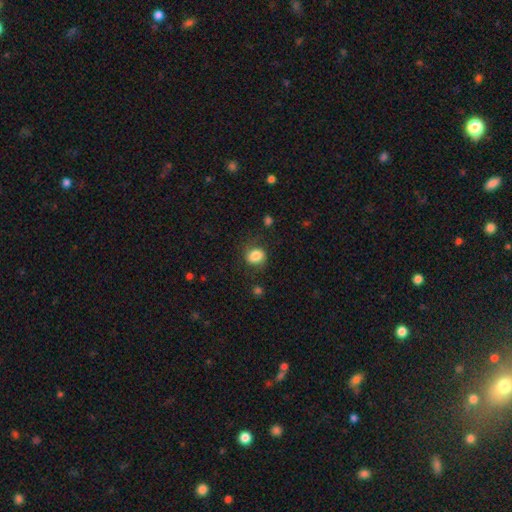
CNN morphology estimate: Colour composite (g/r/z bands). It shows a smooth galaxy with no disk features (82%) that is round (56%). Merging: none (72%).